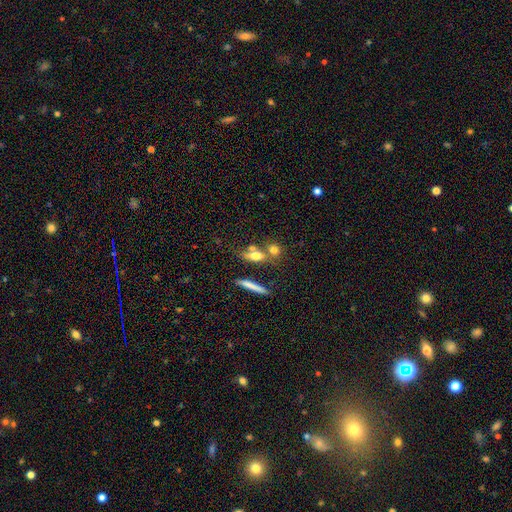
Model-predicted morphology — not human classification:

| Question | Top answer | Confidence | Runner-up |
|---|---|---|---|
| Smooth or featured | smooth | 66% | featured or disk (21%) |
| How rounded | in between | 40% | cigar-shaped (33%) |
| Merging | none | 49% | merger (32%) |